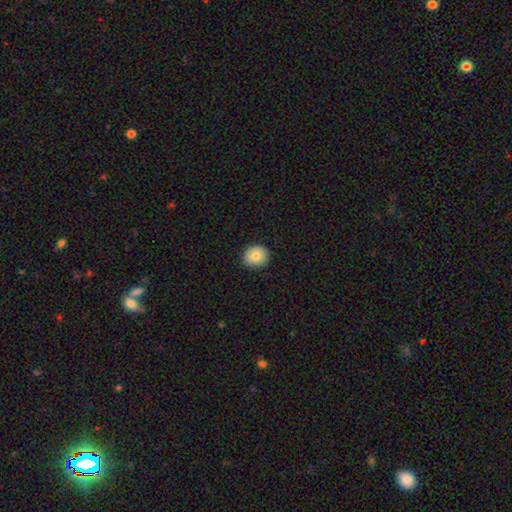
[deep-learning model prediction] smooth-or-featured: smooth: 82% | featured or disk: 9% | star or artifact: 9%
  how-rounded: round: 81% | in between: 18% | cigar-shaped: 1%
  merging: none: 90% | minor disturbance: 7% | major disturbance: 2% | merger: 1%